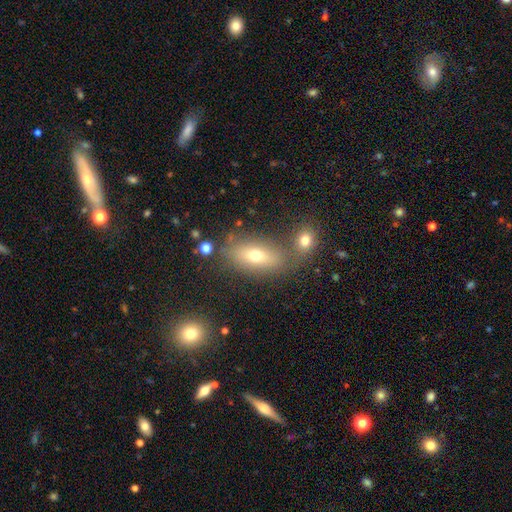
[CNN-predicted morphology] Smooth or featured? smooth (65%)
How rounded? in between (79%)
Merging? none (61%)